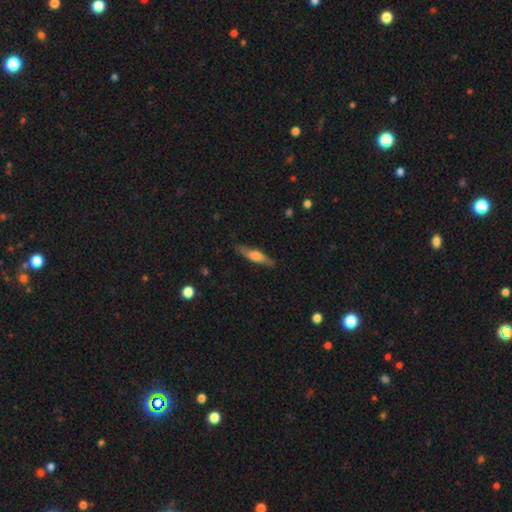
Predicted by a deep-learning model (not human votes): smooth_or_featured: smooth (p=0.54) [alt: featured or disk p=0.40]
how_rounded: cigar-shaped (p=0.72) [alt: in between p=0.26]
merging: none (p=0.81) [alt: minor disturbance p=0.14]